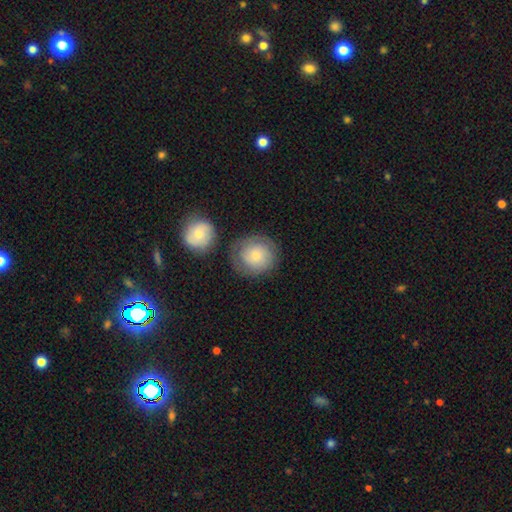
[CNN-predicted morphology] Smooth or featured?
  - smooth: 63% *
  - featured or disk: 31%
  - star or artifact: 7%
How rounded?
  - round: 87% *
  - in between: 12%
  - cigar-shaped: 1%
Merging?
  - none: 71% *
  - minor disturbance: 15%
  - merger: 8%
  - major disturbance: 6%